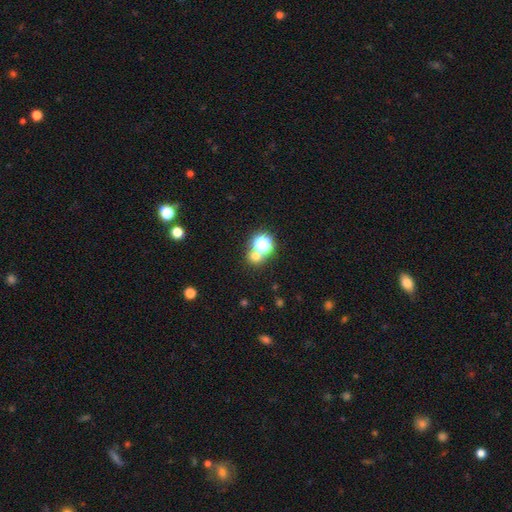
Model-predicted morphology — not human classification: A smooth galaxy with no disk features (58%) that is round (85%).

Vote fractions:
- Smooth or featured? smooth: 58% / star or artifact: 34% / featured or disk: 8%
- How rounded? round: 85% / in between: 14% / cigar-shaped: 1%
- Merging? none: 63% / merger: 27% / minor disturbance: 7% / major disturbance: 4%